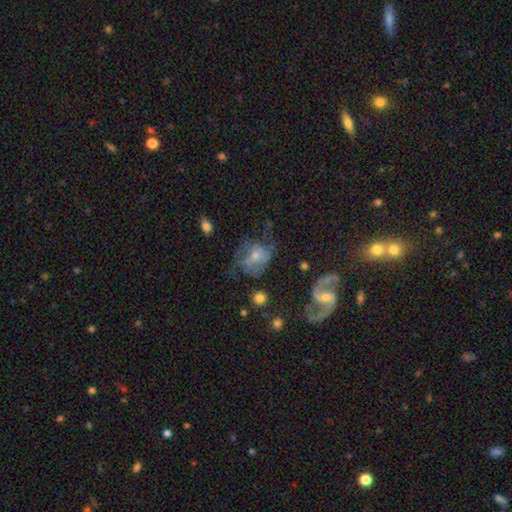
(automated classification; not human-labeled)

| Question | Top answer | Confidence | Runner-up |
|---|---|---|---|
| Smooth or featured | featured or disk | 65% | smooth (22%) |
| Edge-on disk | no | 96% | yes (4%) |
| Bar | no | 46% | weak (41%) |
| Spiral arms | yes | 81% | no (19%) |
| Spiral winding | medium | 44% | loose (40%) |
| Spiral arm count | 2 | 66% | can't tell (18%) |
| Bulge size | small | 60% | moderate (32%) |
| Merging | none | 46% | major disturbance (25%) |